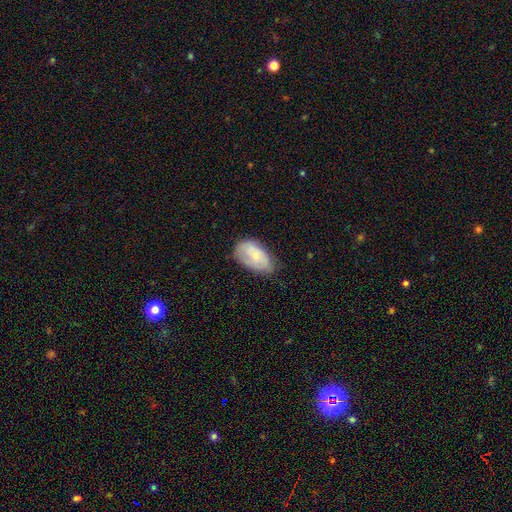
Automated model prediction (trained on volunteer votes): The model was most divided on "merging": none: 55%, minor disturbance: 35%, major disturbance: 9%, merger: 2%. More confident: how rounded — in between (92%); smooth or featured — smooth (61%).